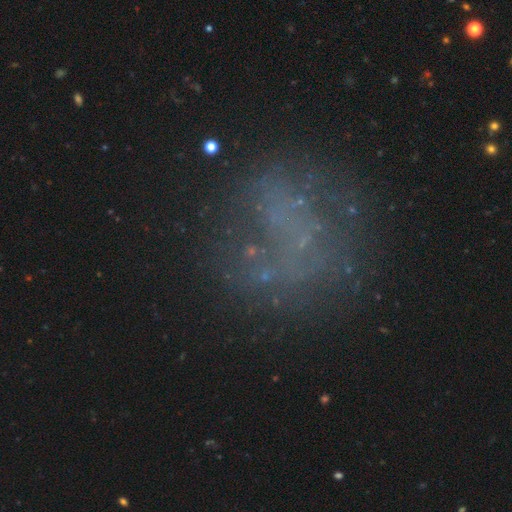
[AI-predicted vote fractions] This is possibly a featured or disk galaxy (46%). Merging: likely none (63%).